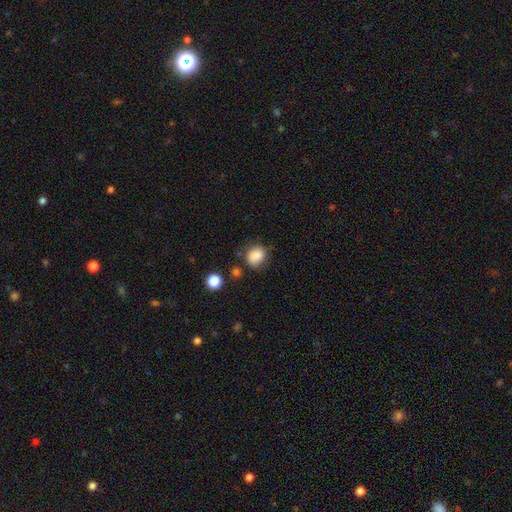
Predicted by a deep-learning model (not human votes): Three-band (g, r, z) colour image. It shows a smooth galaxy with no disk features (86%) that is round (57%). Merging: none (71%).